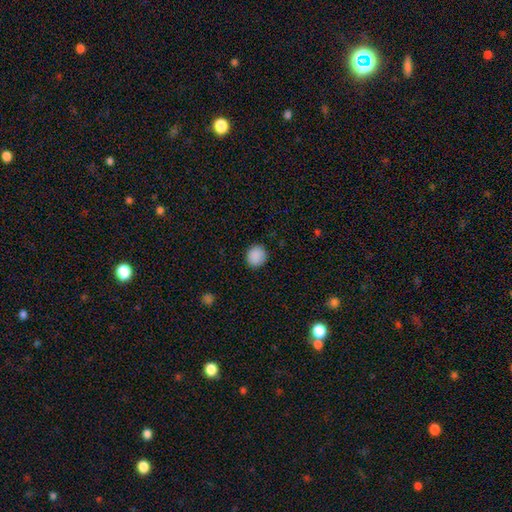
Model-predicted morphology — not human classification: smooth 90%, star or artifact 8%, featured or disk 2%. Down the decision tree: how rounded — round (83%); merging — none (90%).